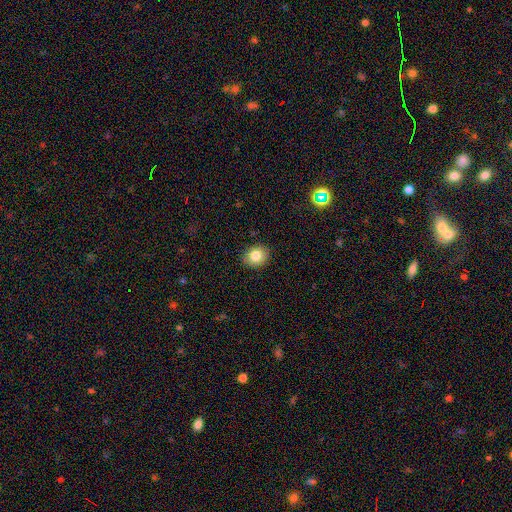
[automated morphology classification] A smooth galaxy with no disk features (82%) that is round (61%).

Vote fractions:
- Smooth or featured? smooth: 82% / star or artifact: 10% / featured or disk: 9%
- How rounded? round: 61% / in between: 38% / cigar-shaped: 1%
- Merging? none: 89% / minor disturbance: 8% / major disturbance: 2% / merger: 1%